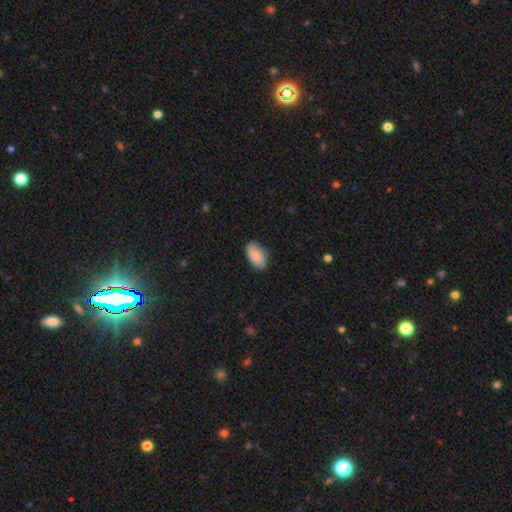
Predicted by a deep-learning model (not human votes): Q: Smooth or featured?
A: smooth (87%); runner-up: featured or disk (7%)
Q: How rounded?
A: in between (94%); runner-up: round (4%)
Q: Merging?
A: none (81%); runner-up: minor disturbance (15%)